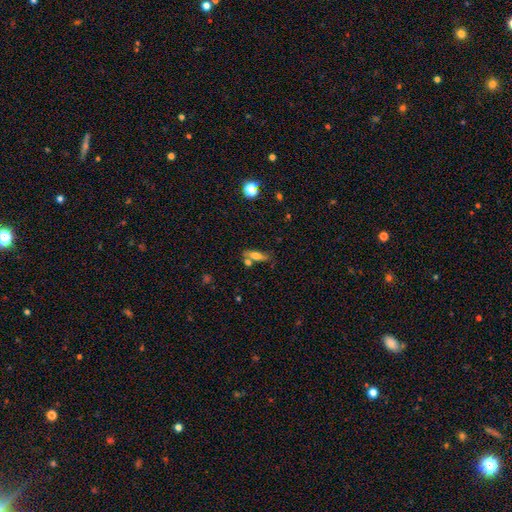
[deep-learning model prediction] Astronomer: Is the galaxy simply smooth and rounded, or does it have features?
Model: smooth — 66%.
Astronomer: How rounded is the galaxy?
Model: in between — 53% (runner-up: cigar-shaped, 43%).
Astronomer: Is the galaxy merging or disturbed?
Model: none — 59%.